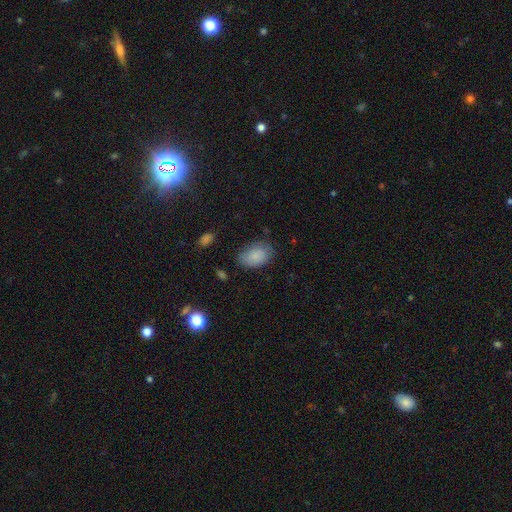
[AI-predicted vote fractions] smooth 83%, featured or disk 9%, star or artifact 8%. Down the decision tree: how rounded — in between (87%); merging — none (72%).